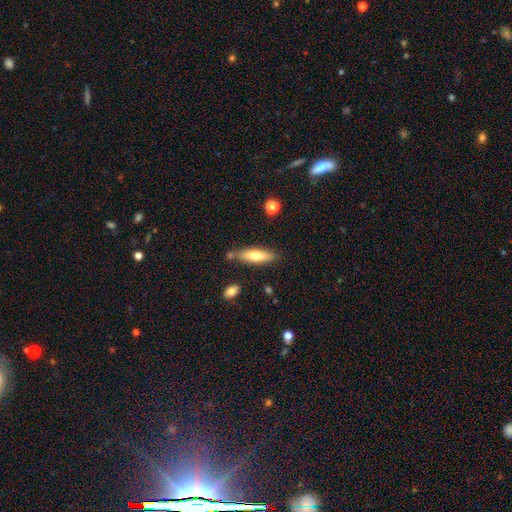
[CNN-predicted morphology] A smooth galaxy with no disk features (64%) that is cigar-shaped (61%). Merging: none (75%).